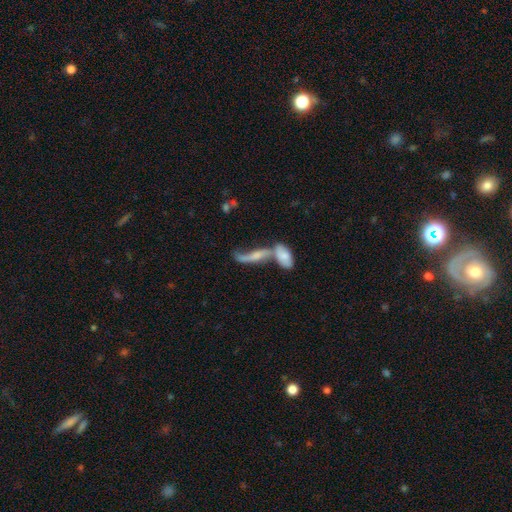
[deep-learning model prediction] Morphology: type=featured or disk (51%); edge-on=no (64%); merging=merger (55%).